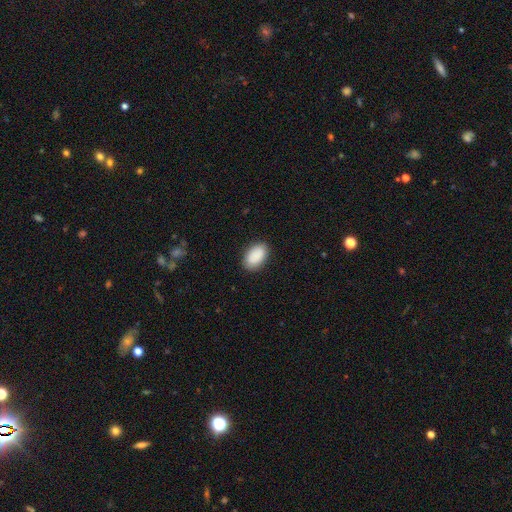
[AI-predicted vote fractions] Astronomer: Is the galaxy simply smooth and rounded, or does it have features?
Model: smooth — 91%.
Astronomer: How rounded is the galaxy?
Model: in between — 92%.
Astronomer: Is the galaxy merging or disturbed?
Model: none — 87%.